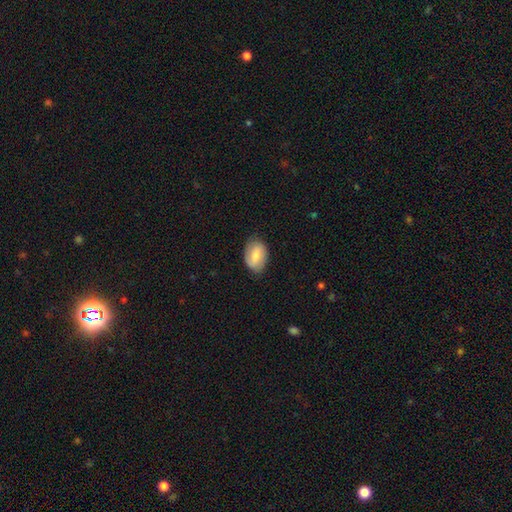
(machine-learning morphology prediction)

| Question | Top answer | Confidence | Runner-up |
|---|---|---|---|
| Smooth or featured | smooth | 61% | featured or disk (33%) |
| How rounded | in between | 85% | round (13%) |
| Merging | none | 79% | minor disturbance (17%) |